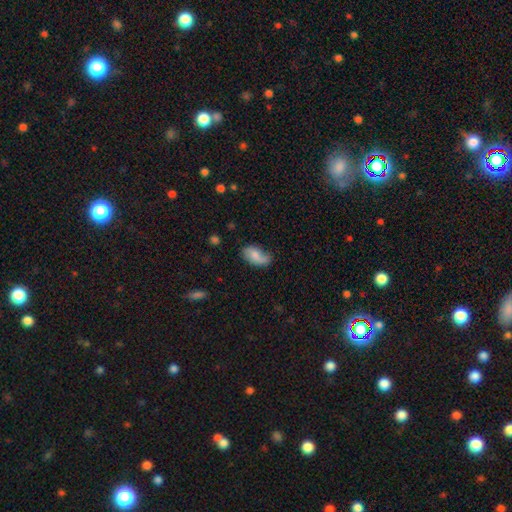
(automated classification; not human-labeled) Smooth or featured: smooth — 64% (featured or disk — 28%)
How rounded: in between — 92% (round — 5%)
Merging: none — 56% (minor disturbance — 31%)